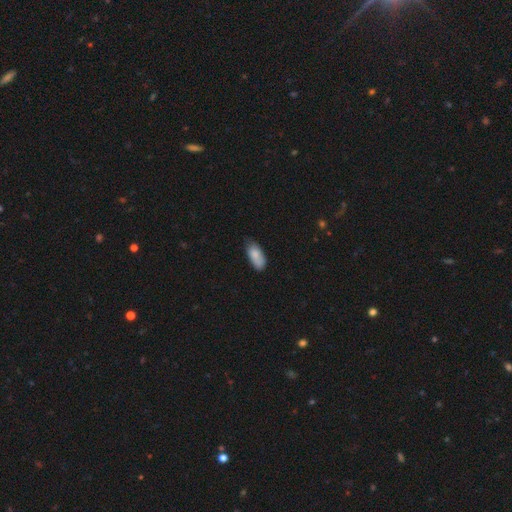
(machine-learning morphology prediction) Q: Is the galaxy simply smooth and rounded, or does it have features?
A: smooth — 84%.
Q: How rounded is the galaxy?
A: in between — 88%.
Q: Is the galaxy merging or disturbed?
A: none — 62%.